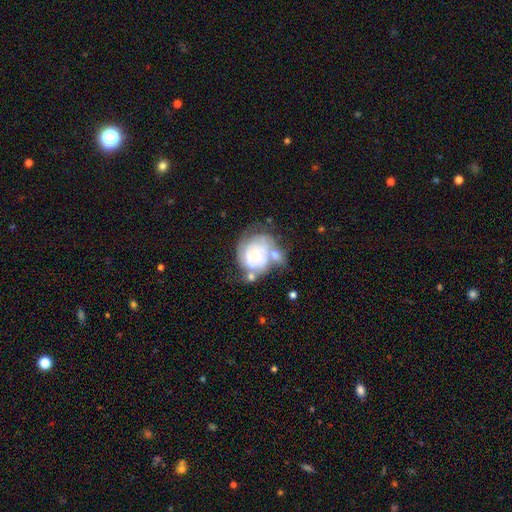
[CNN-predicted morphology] Q: Smooth or featured?
A: featured or disk (67%); runner-up: smooth (26%)
Q: Edge-on disk?
A: no (98%); runner-up: yes (2%)
Q: Bar?
A: no (81%); runner-up: weak (15%)
Q: Spiral arms?
A: yes (62%); runner-up: no (38%)
Q: Bulge size?
A: small (46%); runner-up: moderate (41%)
Q: Merging?
A: none (32%); runner-up: merger (28%)